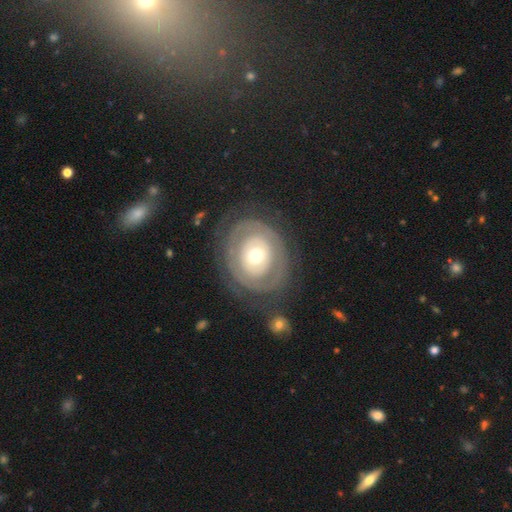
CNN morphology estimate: A featured or disk galaxy (67%) with no bar (87%), no spiral arms (67%) and a moderate central bulge (59%). Merging: none (74%).